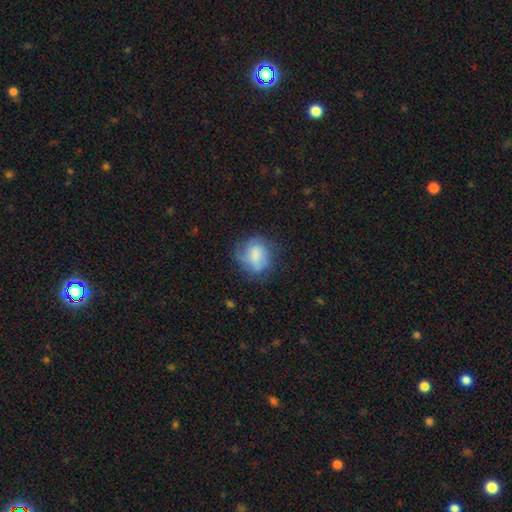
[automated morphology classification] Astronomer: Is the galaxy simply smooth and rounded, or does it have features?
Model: smooth — 60%.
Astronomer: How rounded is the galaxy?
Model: round — 59% (runner-up: in between, 39%).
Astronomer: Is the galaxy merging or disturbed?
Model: none — 53%.